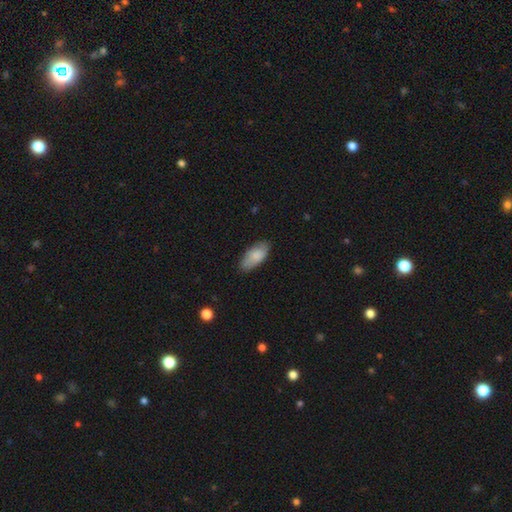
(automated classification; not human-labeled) Smooth or featured? Predicted: smooth (p=0.83). How rounded? Predicted: in between (p=0.91). Merging? Predicted: none (p=0.77).